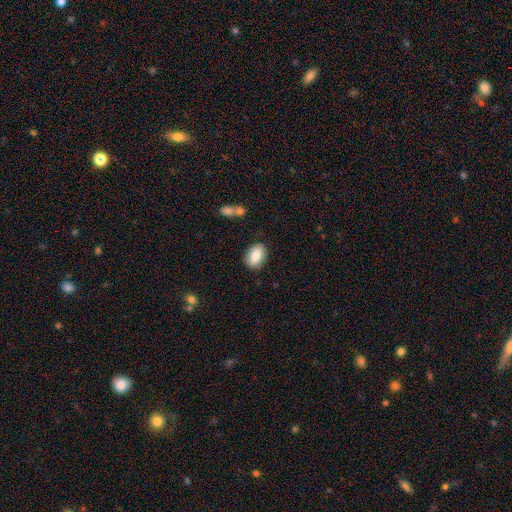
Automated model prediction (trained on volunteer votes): Smooth or featured? smooth (81%)
How rounded? in between (86%)
Merging? none (85%)